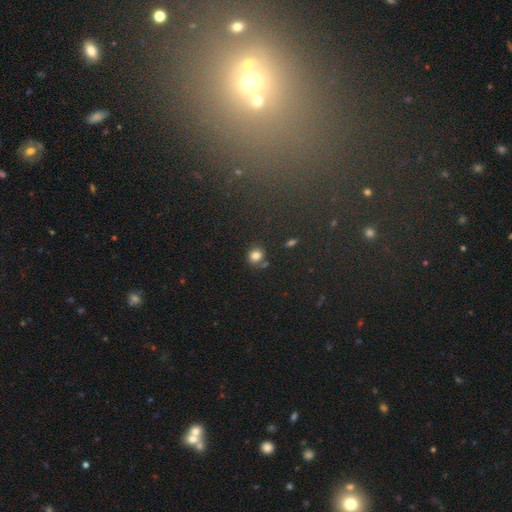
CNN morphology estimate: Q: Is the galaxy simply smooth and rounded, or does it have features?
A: smooth — 81%.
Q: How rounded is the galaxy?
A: round — 84%.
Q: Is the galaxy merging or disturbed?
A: none — 77%.